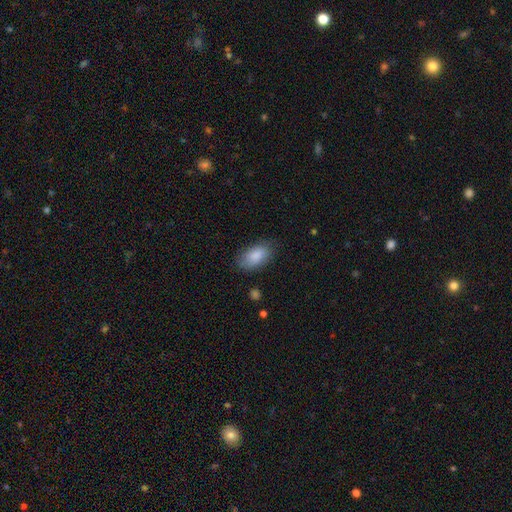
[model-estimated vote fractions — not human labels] Q: Smooth or featured?
A: smooth (87%); runner-up: featured or disk (7%)
Q: How rounded?
A: in between (93%); runner-up: round (3%)
Q: Merging?
A: none (80%); runner-up: minor disturbance (15%)